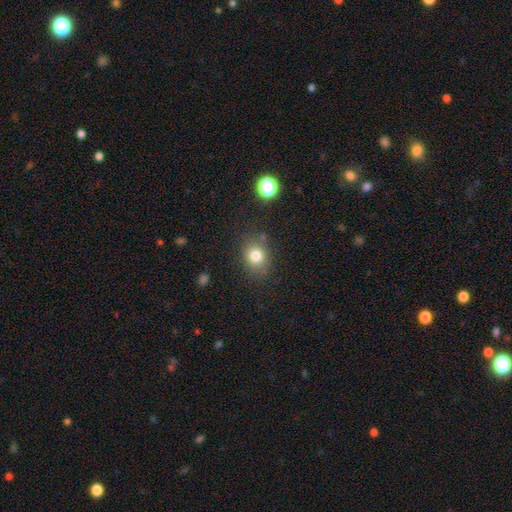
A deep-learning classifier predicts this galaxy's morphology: smooth_or_featured: smooth (p=0.79) [alt: star or artifact p=0.13]
how_rounded: round (p=0.61) [alt: in between p=0.38]
merging: none (p=0.78) [alt: minor disturbance p=0.14]